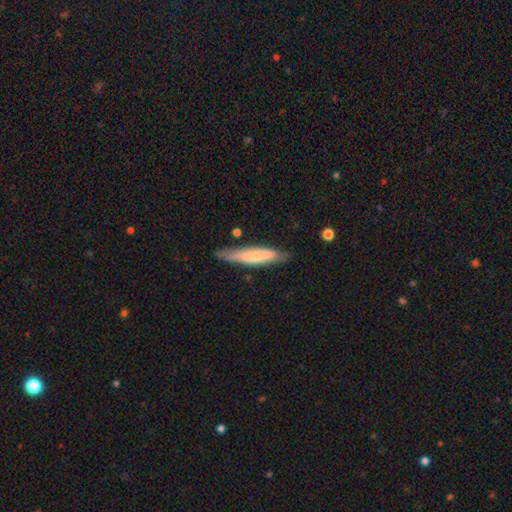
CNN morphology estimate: smooth-or-featured: smooth: 59% | featured or disk: 36% | star or artifact: 6%
  how-rounded: cigar-shaped: 86% | in between: 12% | round: 1%
  merging: none: 76% | minor disturbance: 18% | major disturbance: 3% | merger: 2%